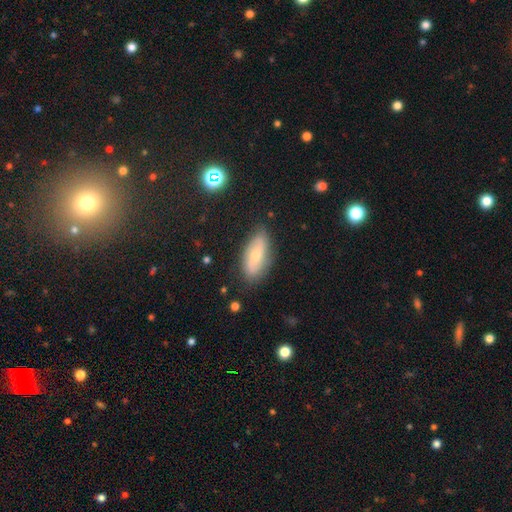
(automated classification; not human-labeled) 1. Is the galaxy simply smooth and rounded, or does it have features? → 56% smooth, 37% featured or disk, 8% star or artifact.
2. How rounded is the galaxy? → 83% in between, 14% cigar-shaped, 3% round.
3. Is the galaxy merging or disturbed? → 78% none, 17% minor disturbance, 4% major disturbance, 2% merger.